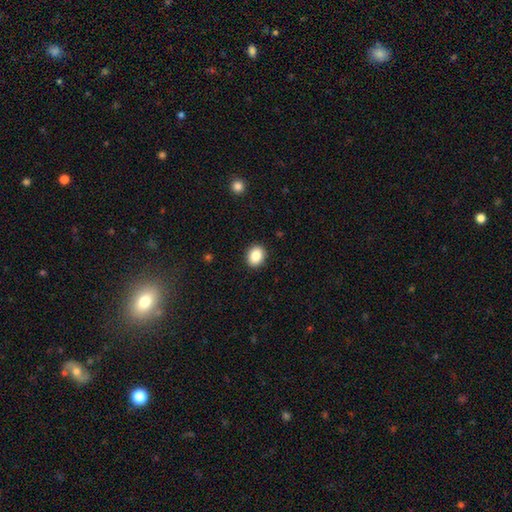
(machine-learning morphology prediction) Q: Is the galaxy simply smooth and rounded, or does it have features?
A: smooth — 87%.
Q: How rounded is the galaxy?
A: round — 61%.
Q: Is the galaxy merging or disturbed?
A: none — 91%.